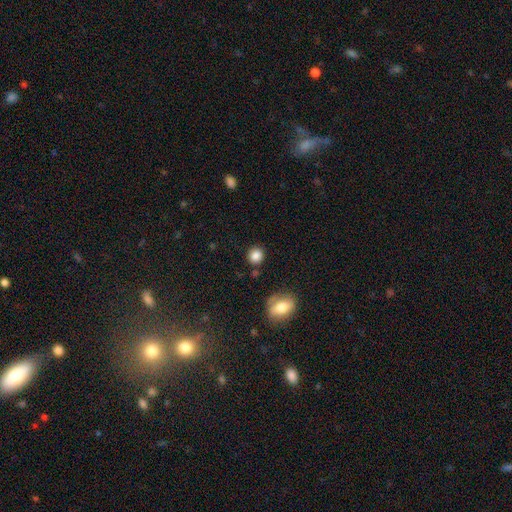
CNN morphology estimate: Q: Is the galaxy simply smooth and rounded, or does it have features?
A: smooth — 86%.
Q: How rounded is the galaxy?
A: round — 86%.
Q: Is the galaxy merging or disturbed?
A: none — 84%.